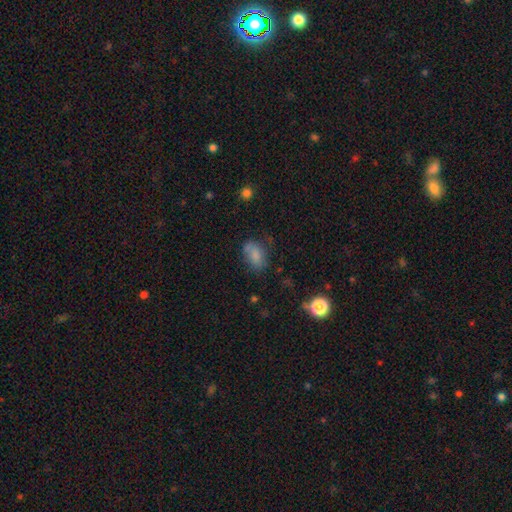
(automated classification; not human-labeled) smooth 77%, featured or disk 12%, star or artifact 11%. Down the decision tree: how rounded — in between (87%); merging — none (57%).